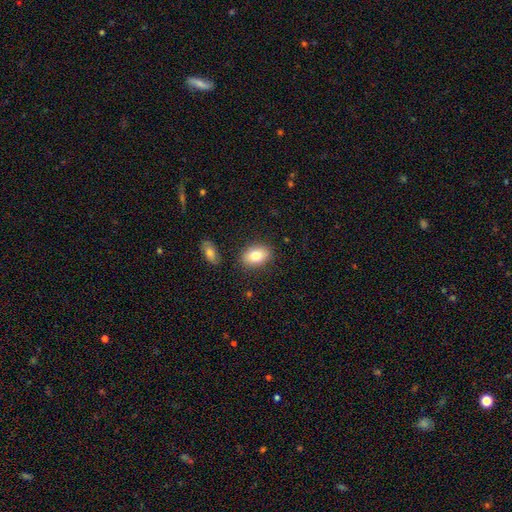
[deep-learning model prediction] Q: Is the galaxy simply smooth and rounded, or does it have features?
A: smooth — 79%.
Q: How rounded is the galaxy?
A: in between — 83%.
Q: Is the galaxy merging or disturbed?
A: none — 83%.